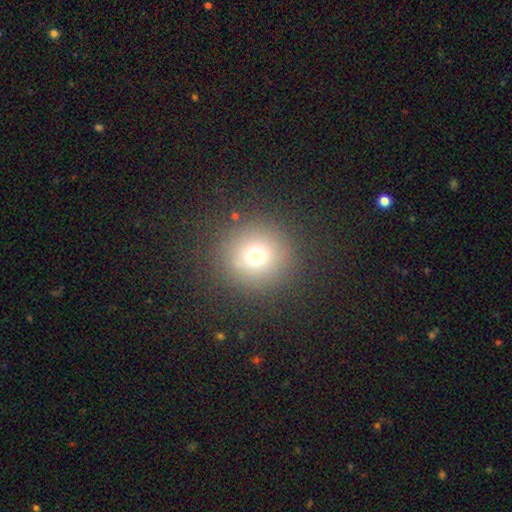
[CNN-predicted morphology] This appears to be a smooth galaxy with no disk features (72%) that is round (92%). Merging: none (87%).